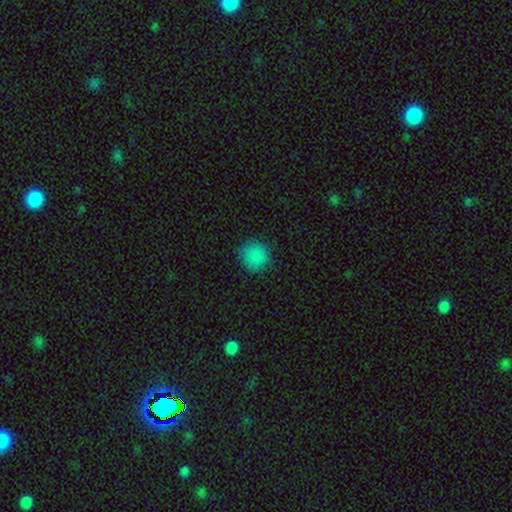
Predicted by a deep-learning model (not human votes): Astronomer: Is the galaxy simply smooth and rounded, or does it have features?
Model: smooth — 85%.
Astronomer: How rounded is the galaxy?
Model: round — 93%.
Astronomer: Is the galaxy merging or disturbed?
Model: none — 87%.